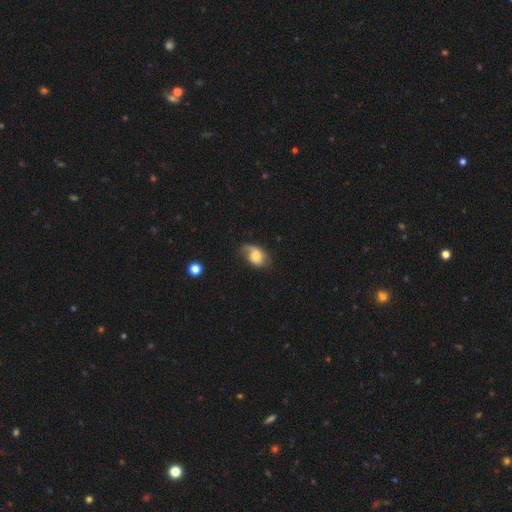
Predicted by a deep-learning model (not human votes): Smooth or featured? smooth (52%)
How rounded? in between (74%)
Merging? none (41%)